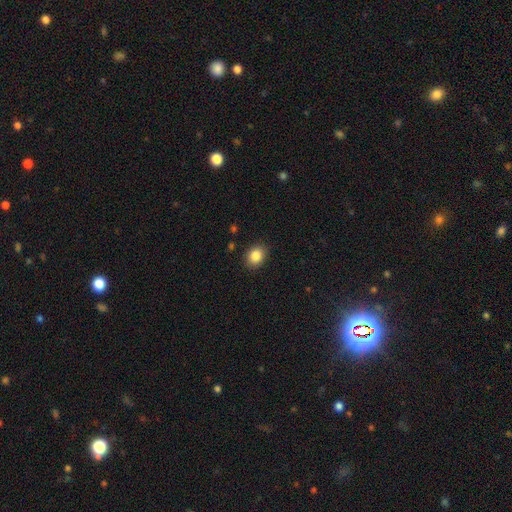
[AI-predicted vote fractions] Smooth or featured? smooth (86%)
How rounded? round (50%)
Merging? none (88%)